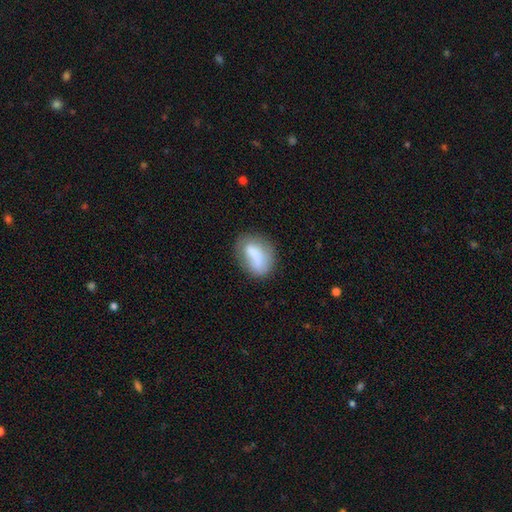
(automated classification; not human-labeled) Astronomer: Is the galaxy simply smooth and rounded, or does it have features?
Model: smooth — 72%.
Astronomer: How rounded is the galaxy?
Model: in between — 77%.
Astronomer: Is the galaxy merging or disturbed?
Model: none — 54%.